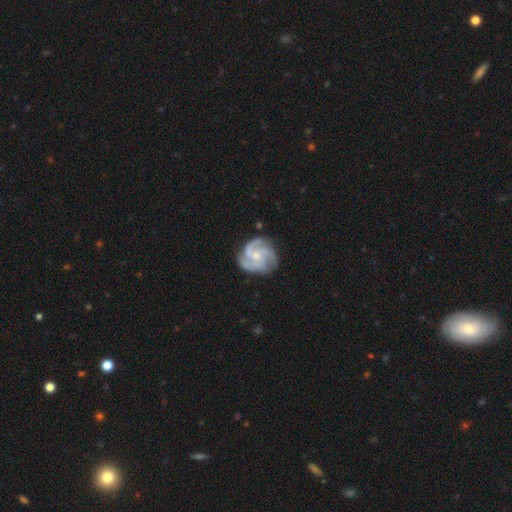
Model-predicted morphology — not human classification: type=featured or disk (88%); edge-on=no (98%); bar=no (70%); spiral arms=yes (98%); winding=medium (48%); arm count=3 (63%); bulge=small (60%); merging=none (76%).